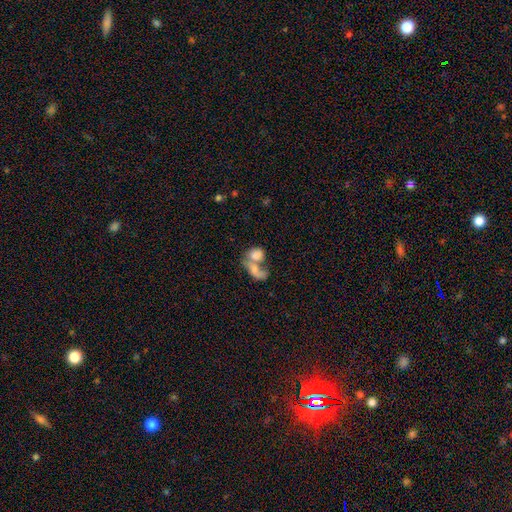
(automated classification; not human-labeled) Smooth or featured? Predicted: smooth (p=0.70). How rounded? Predicted: in between (p=0.71). Merging? Predicted: merger (p=0.70).